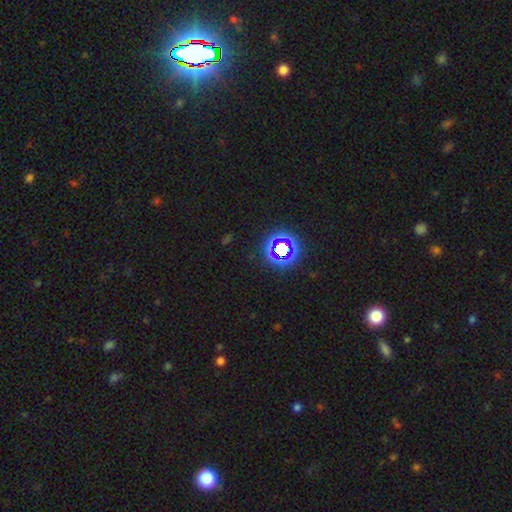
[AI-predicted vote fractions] This appears to be a star or artifact, not a galaxy (69%).